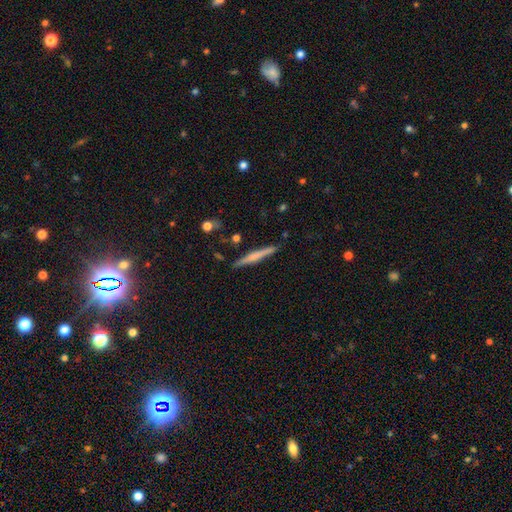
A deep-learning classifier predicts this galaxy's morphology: smooth_or_featured: featured or disk (p=0.50) [alt: smooth p=0.44]
merging: none (p=0.88) [alt: minor disturbance p=0.08]